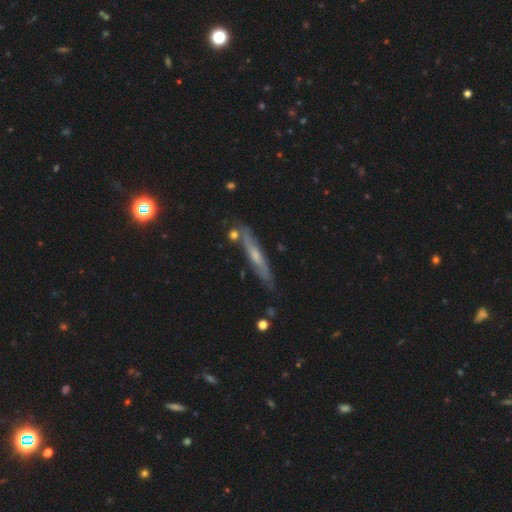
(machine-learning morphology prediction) The model was most divided on "smooth or featured": featured or disk: 58%, smooth: 36%, star or artifact: 6%. More confident: edge-on disk — yes (81%); merging — none (76%).